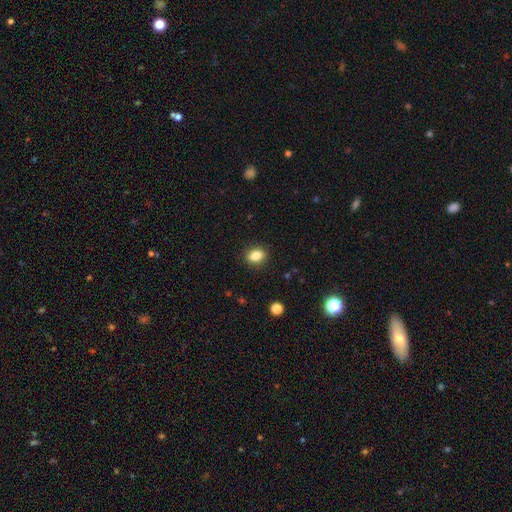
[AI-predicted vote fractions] smooth 85%, star or artifact 10%, featured or disk 6%. Down the decision tree: how rounded — in between (68%); merging — none (89%).